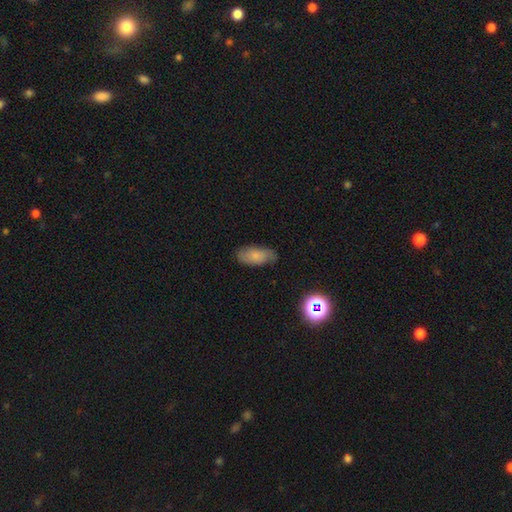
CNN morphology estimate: A smooth galaxy with no disk features (72%) that is in between round and cigar-shaped (88%).

Vote fractions:
- Smooth or featured? smooth: 72% / featured or disk: 19% / star or artifact: 9%
- How rounded? in between: 88% / cigar-shaped: 9% / round: 3%
- Merging? none: 74% / minor disturbance: 20% / major disturbance: 4% / merger: 1%